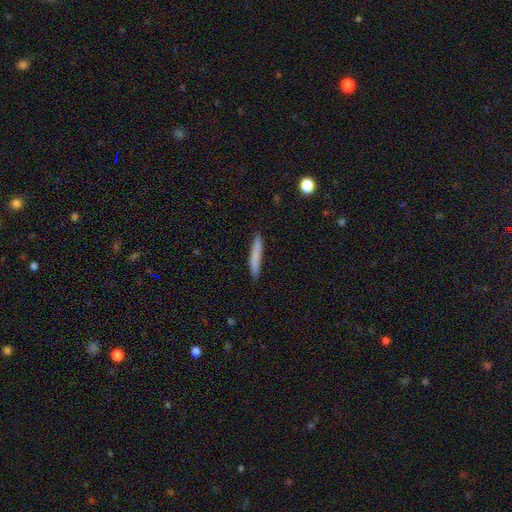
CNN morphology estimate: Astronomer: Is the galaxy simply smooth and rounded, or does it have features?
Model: smooth — 77%.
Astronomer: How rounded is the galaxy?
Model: cigar-shaped — 95%.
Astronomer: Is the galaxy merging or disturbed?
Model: none — 87%.